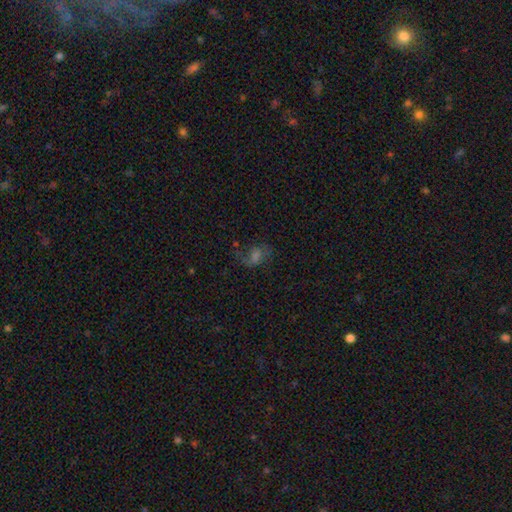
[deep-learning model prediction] Smooth or featured? featured or disk (48%)
Merging? none (58%)